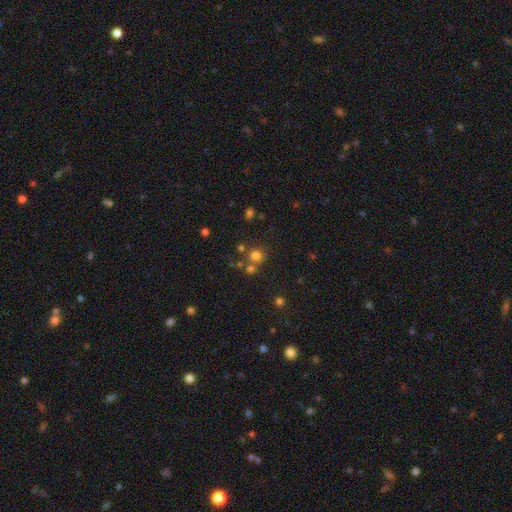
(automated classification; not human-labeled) Overall: smooth (74%). How rounded: round (88%). Merging: none (65%).